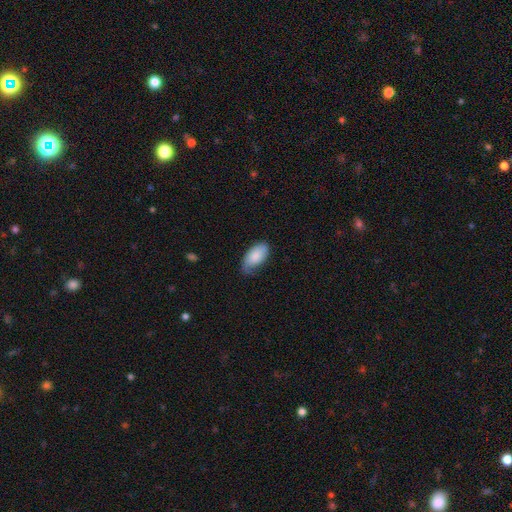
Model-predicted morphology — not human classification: A smooth galaxy with no disk features (78%) that is in between round and cigar-shaped (95%). Merging: none (53%).